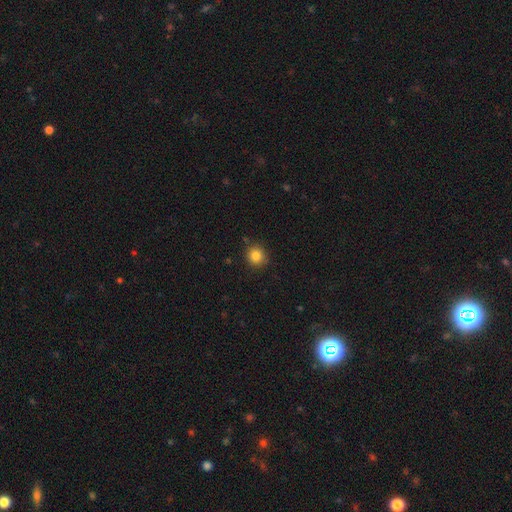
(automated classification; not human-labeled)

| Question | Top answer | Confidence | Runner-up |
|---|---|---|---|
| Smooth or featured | smooth | 83% | star or artifact (11%) |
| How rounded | round | 91% | in between (8%) |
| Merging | none | 88% | minor disturbance (8%) |